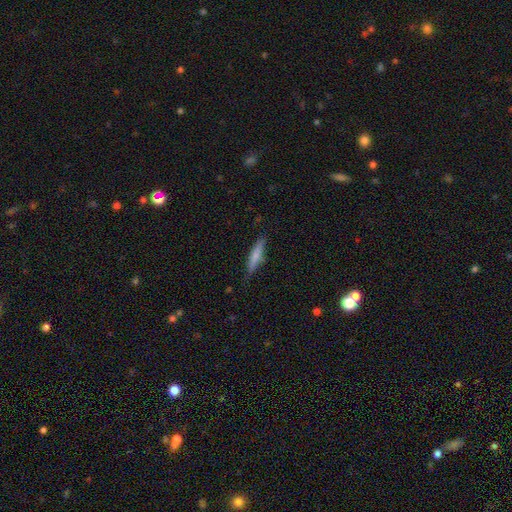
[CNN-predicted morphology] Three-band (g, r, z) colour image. It shows a smooth galaxy with no disk features (72%) that is cigar-shaped (86%). Merging: none (81%).